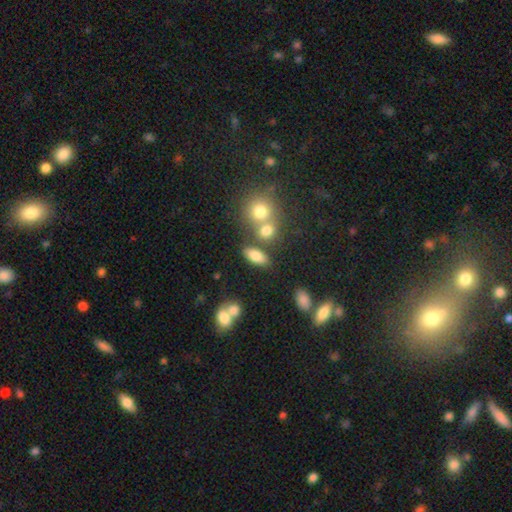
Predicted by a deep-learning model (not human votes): smooth_or_featured: smooth (p=0.77) [alt: featured or disk p=0.12]
how_rounded: in between (p=0.81) [alt: cigar-shaped p=0.11]
merging: none (p=0.67) [alt: merger p=0.17]